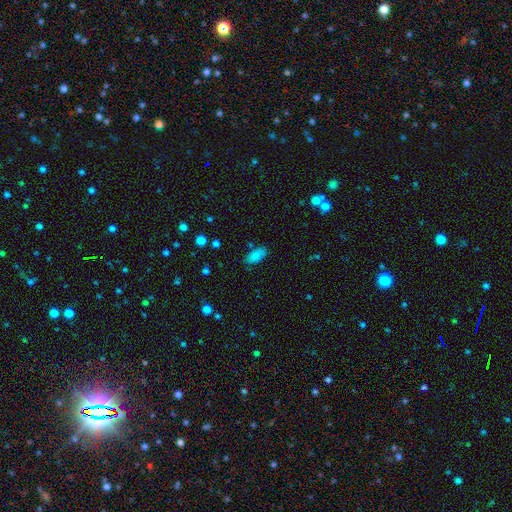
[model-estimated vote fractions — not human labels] Q: Smooth or featured?
A: smooth (84%); runner-up: star or artifact (9%)
Q: How rounded?
A: in between (87%); runner-up: cigar-shaped (11%)
Q: Merging?
A: none (80%); runner-up: minor disturbance (14%)